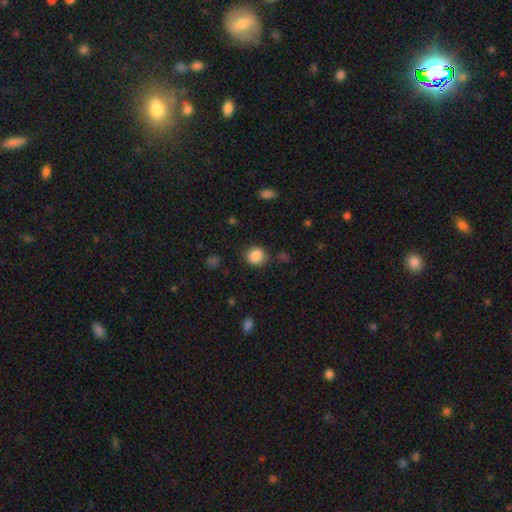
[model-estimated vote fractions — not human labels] smooth-or-featured: smooth: 86% | star or artifact: 10% | featured or disk: 4%
  how-rounded: round: 77% | in between: 23% | cigar-shaped: 1%
  merging: none: 81% | minor disturbance: 13% | major disturbance: 4% | merger: 2%